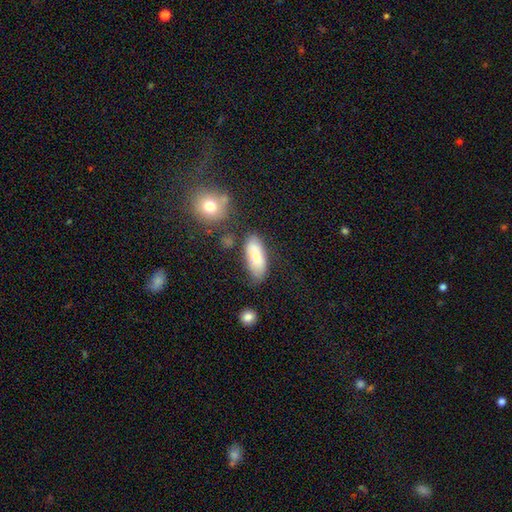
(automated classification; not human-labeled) This appears to be a smooth galaxy with no disk features (74%) that is in between round and cigar-shaped (81%). Merging: none (64%).